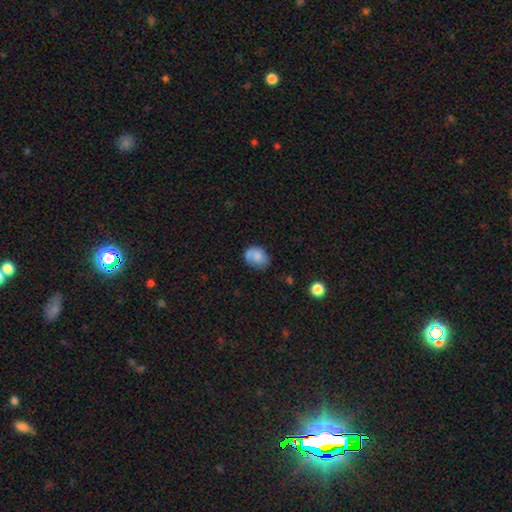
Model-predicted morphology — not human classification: smooth-or-featured: smooth: 68% | featured or disk: 24% | star or artifact: 8%
  how-rounded: in between: 57% | round: 42% | cigar-shaped: 1%
  merging: none: 57% | minor disturbance: 28% | major disturbance: 10% | merger: 4%